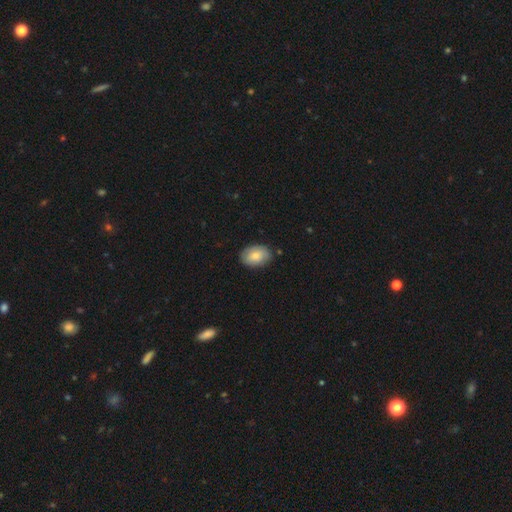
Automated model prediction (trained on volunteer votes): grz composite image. It shows a smooth galaxy with no disk features (75%) that is in between round and cigar-shaped (84%). Merging: none (78%).